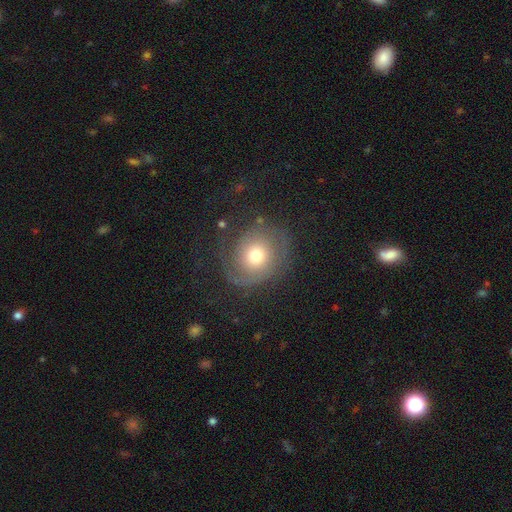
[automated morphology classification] The model was most divided on "smooth or featured": featured or disk: 51%, smooth: 38%, star or artifact: 11%. More confident: edge-on disk — no (97%); merging — none (66%).